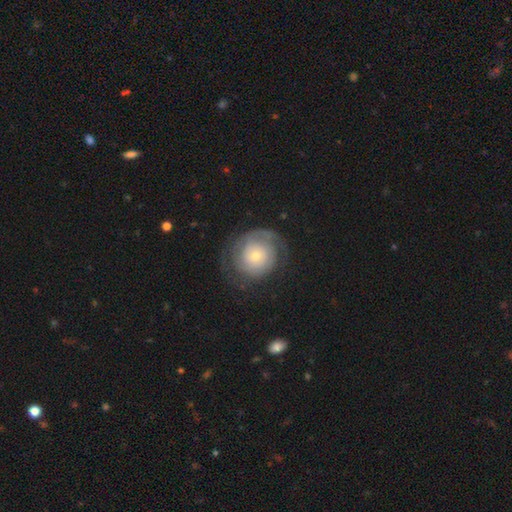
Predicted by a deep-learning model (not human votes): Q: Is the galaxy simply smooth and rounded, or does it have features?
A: featured or disk — 67%.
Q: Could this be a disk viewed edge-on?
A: no — 97%.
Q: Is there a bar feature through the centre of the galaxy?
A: no — 81%.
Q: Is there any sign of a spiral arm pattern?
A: yes — 85%.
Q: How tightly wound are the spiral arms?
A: tight — 68%.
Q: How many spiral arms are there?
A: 2 — 44%.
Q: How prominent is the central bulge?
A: small — 61%.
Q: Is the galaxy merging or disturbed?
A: none — 71%.